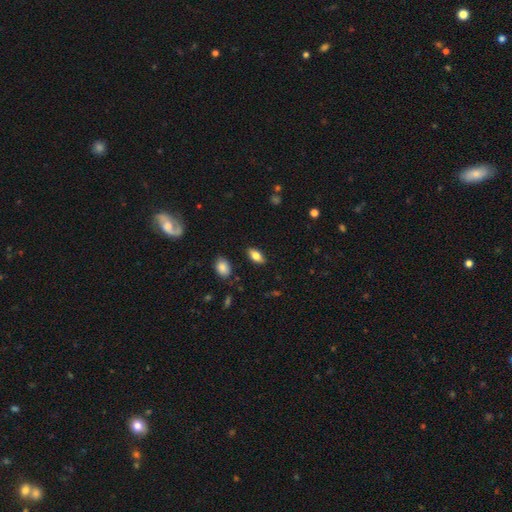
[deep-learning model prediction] A smooth galaxy with no disk features (76%) that is in between round and cigar-shaped (88%). Merging: none (86%).